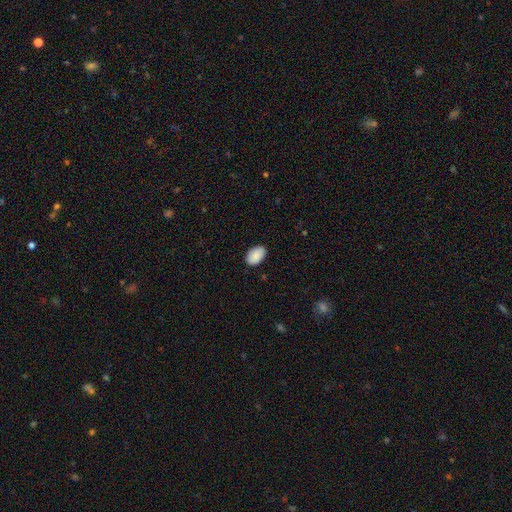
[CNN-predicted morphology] Smooth or featured?
  - smooth: 88% *
  - star or artifact: 6%
  - featured or disk: 6%
How rounded?
  - in between: 91% *
  - round: 8%
  - cigar-shaped: 1%
Merging?
  - none: 86% *
  - minor disturbance: 11%
  - major disturbance: 2%
  - merger: 1%